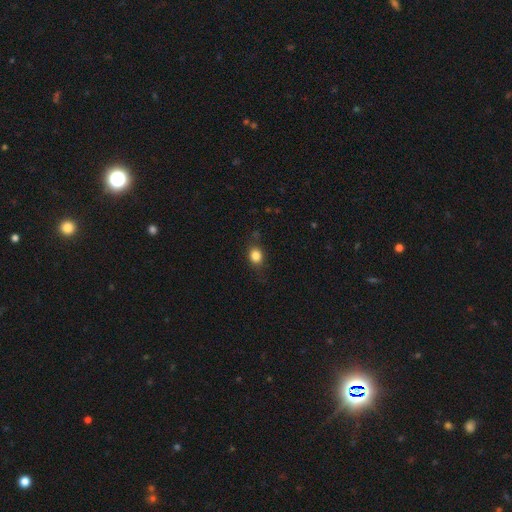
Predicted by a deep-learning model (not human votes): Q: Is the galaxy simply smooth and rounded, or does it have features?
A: smooth — 83%.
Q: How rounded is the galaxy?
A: round — 53%.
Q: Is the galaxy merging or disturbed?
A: none — 75%.